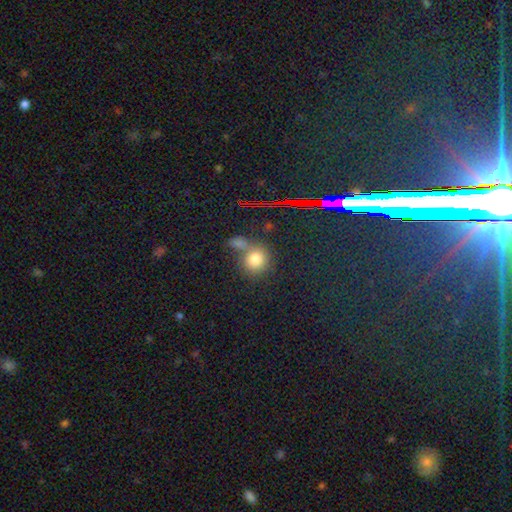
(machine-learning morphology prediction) Overall: smooth (65%). How rounded: round (80%). Merging: none (59%; merger 27%).